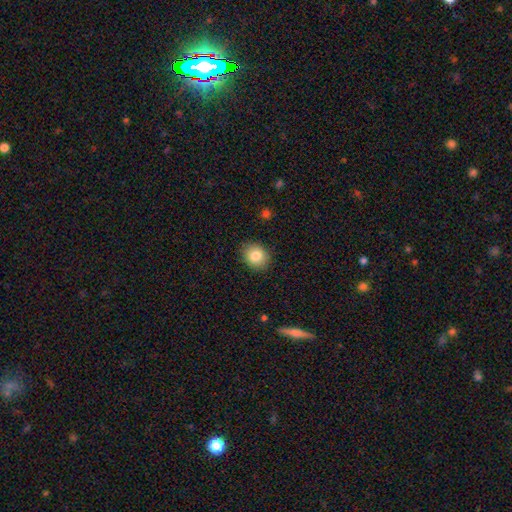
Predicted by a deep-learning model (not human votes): Smooth or featured: smooth — 83% (star or artifact — 9%)
How rounded: round — 64% (in between — 35%)
Merging: none — 89% (minor disturbance — 8%)